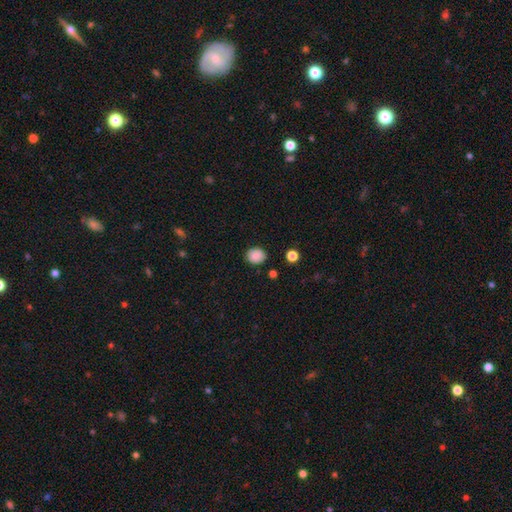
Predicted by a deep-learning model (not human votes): smooth-or-featured: smooth: 87% | star or artifact: 9% | featured or disk: 4%
  how-rounded: round: 68% | in between: 31% | cigar-shaped: 1%
  merging: none: 85% | minor disturbance: 11% | major disturbance: 2% | merger: 2%